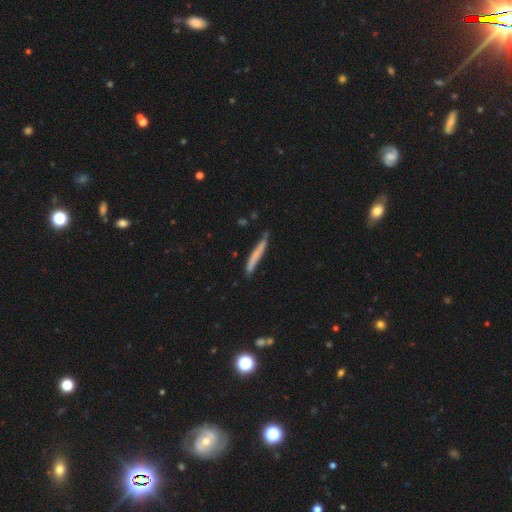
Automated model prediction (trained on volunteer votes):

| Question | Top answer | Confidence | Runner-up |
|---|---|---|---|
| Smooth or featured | smooth | 65% | featured or disk (29%) |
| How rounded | cigar-shaped | 96% | in between (3%) |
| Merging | none | 75% | minor disturbance (19%) |